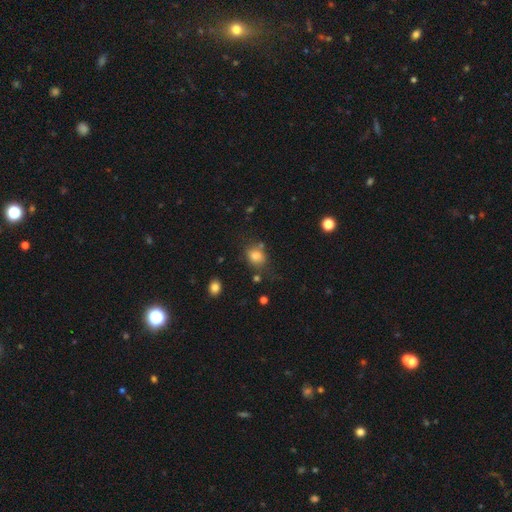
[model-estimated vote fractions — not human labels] smooth_or_featured: smooth (p=0.80) [alt: star or artifact p=0.11]
how_rounded: in between (p=0.50) [alt: round p=0.49]
merging: none (p=0.65) [alt: minor disturbance p=0.19]